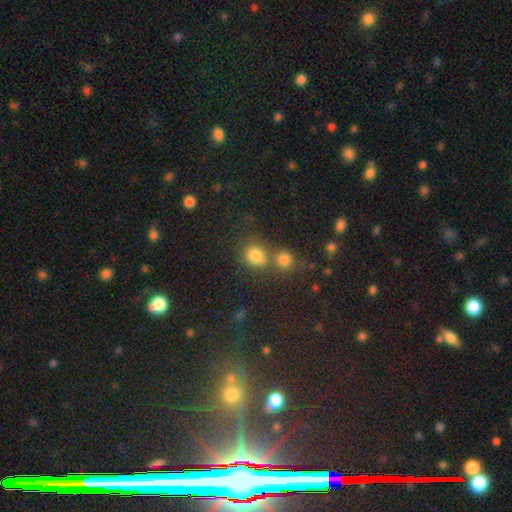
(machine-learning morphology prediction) The model was most divided on "merging": none: 47%, merger: 39%, minor disturbance: 9%, major disturbance: 5%. More confident: smooth or featured — smooth (78%); how rounded — round (74%).